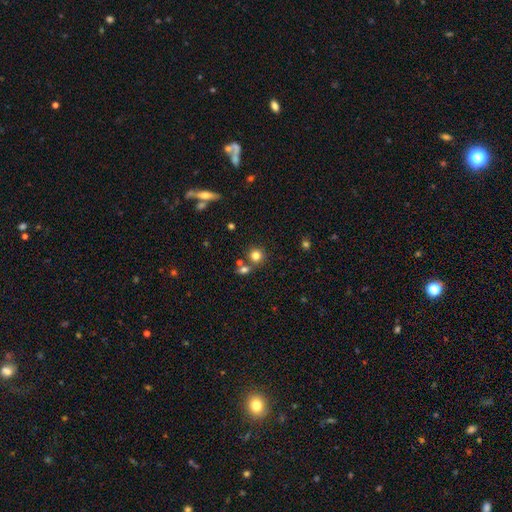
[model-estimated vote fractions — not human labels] Overall: smooth (79%). How rounded: round (89%). Merging: none (68%).